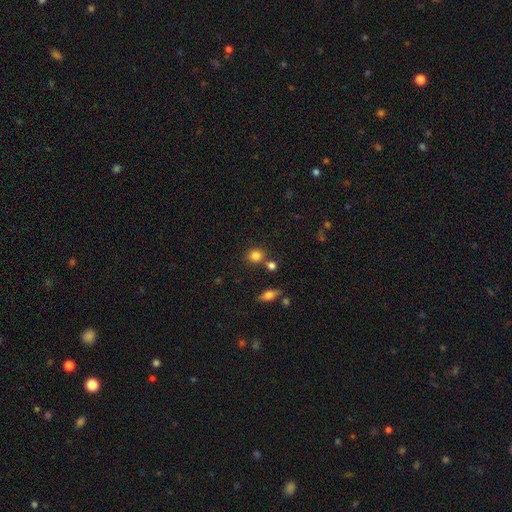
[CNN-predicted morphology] smooth-or-featured: smooth: 83% | star or artifact: 11% | featured or disk: 7%
  how-rounded: round: 73% | in between: 26% | cigar-shaped: 2%
  merging: none: 72% | merger: 14% | minor disturbance: 11% | major disturbance: 3%